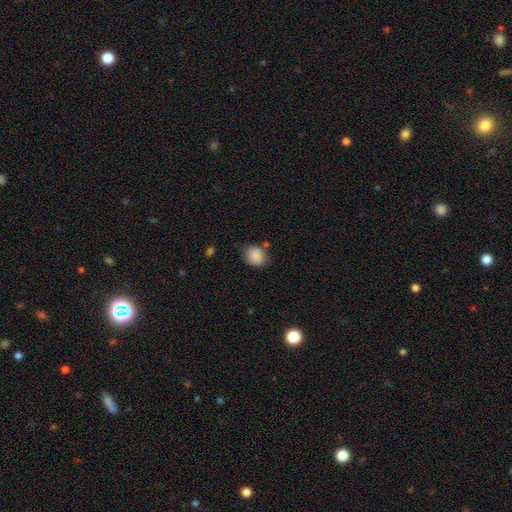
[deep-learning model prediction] Smooth or featured? Predicted: smooth (p=0.86). How rounded? Predicted: round (p=0.65). Merging? Predicted: none (p=0.71).